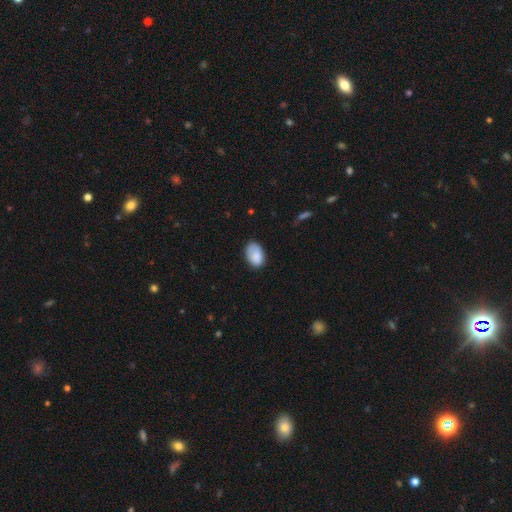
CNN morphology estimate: Smooth or featured?
  - smooth: 85% *
  - featured or disk: 8%
  - star or artifact: 7%
How rounded?
  - in between: 90% *
  - round: 9%
  - cigar-shaped: 1%
Merging?
  - none: 66% *
  - minor disturbance: 27%
  - major disturbance: 6%
  - merger: 2%